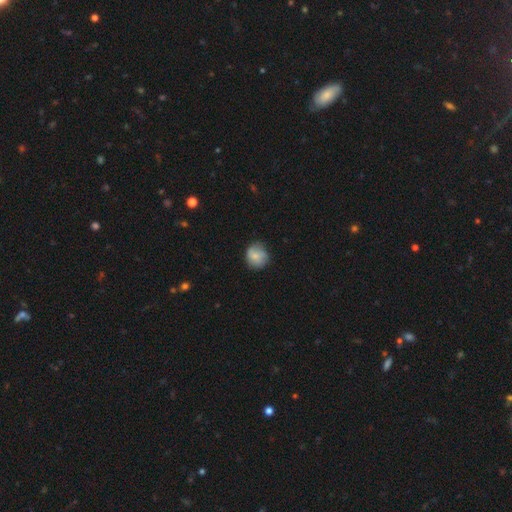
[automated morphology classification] Smooth or featured? Predicted: smooth (p=0.75). How rounded? Predicted: round (p=0.85). Merging? Predicted: none (p=0.70).